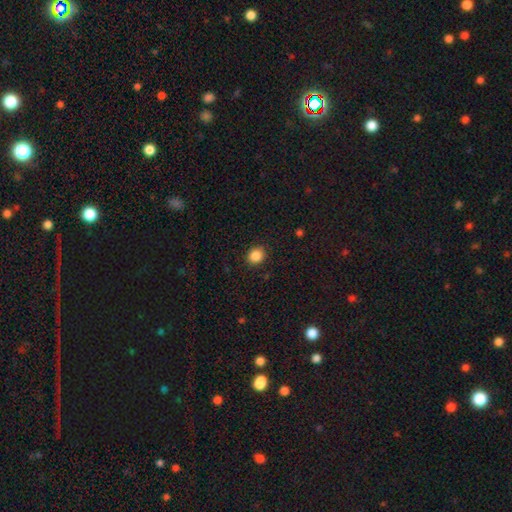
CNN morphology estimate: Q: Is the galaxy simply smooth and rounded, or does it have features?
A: smooth — 87%.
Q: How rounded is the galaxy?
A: round — 76%.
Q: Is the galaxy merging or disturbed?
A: none — 89%.